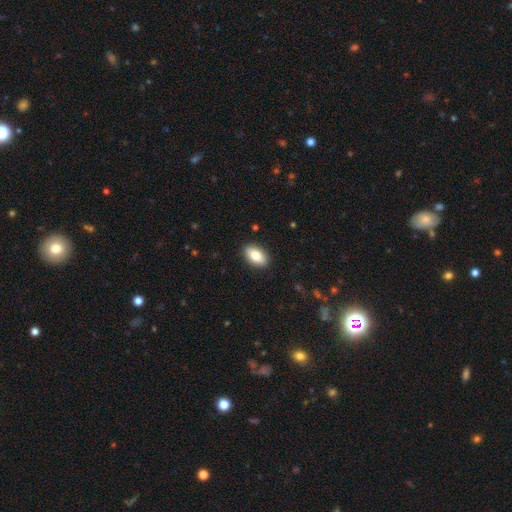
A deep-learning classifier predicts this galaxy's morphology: This is clearly a smooth galaxy (82%). How rounded: clearly in between (92%). Merging: clearly none (90%).